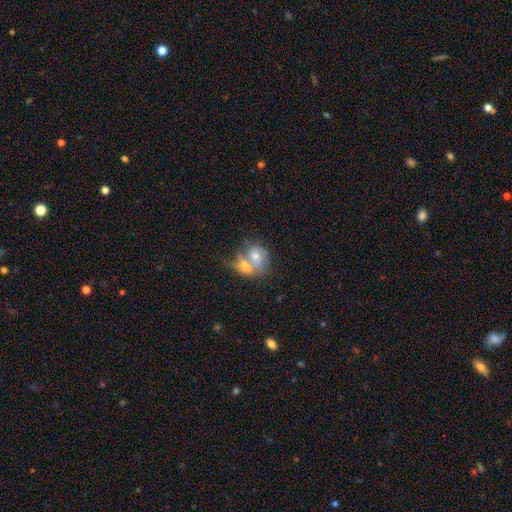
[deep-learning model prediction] Q: Smooth or featured?
A: smooth (65%); runner-up: featured or disk (28%)
Q: How rounded?
A: in between (52%); runner-up: round (46%)
Q: Merging?
A: merger (74%); runner-up: none (15%)